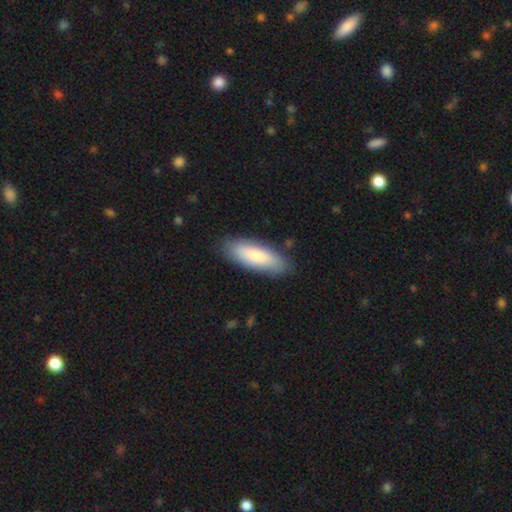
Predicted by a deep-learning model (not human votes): Overall: smooth (79%). How rounded: in between (64%; cigar-shaped 34%). Merging: none (84%).